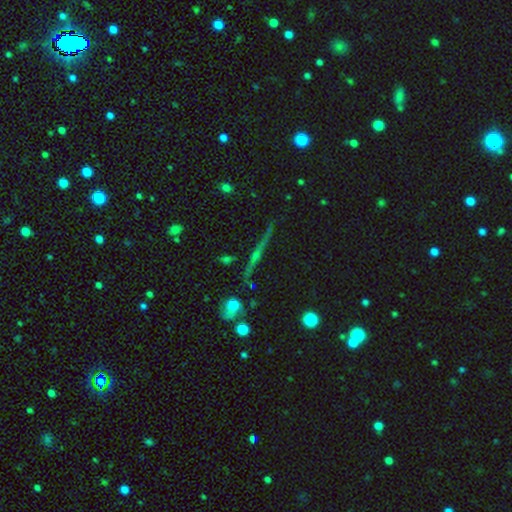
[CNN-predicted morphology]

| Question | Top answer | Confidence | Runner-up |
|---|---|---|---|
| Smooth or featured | featured or disk | 70% | star or artifact (17%) |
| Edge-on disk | yes | 95% | no (5%) |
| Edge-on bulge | rounded | 75% | none (17%) |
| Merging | none | 84% | minor disturbance (9%) |